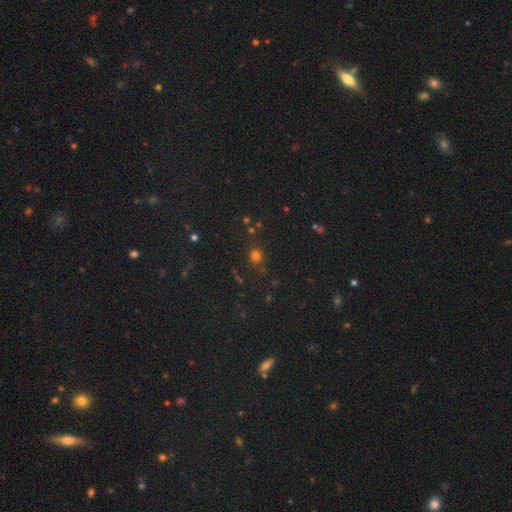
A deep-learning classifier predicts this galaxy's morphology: Smooth or featured: smooth — 72% (star or artifact — 22%)
How rounded: round — 83% (in between — 16%)
Merging: none — 84% (minor disturbance — 9%)